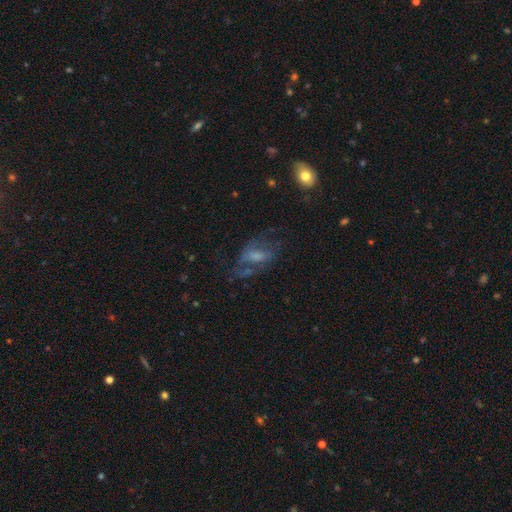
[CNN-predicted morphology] Smooth or featured: featured or disk — 53% (smooth — 32%)
Edge-on disk: no — 92% (yes — 8%)
Merging: none — 42% (major disturbance — 33%)